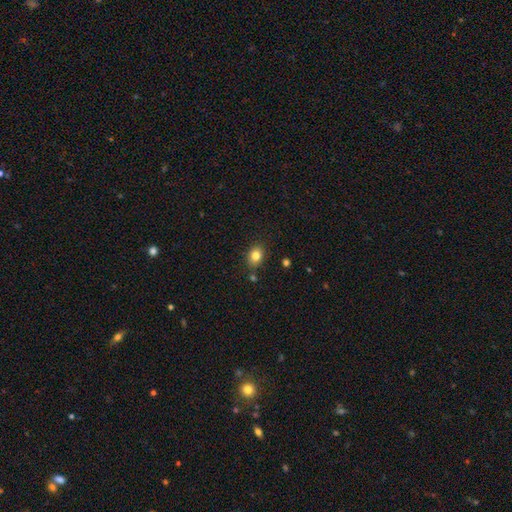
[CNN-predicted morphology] Overall: smooth (82%). How rounded: in between (57%; round 42%). Merging: none (82%).